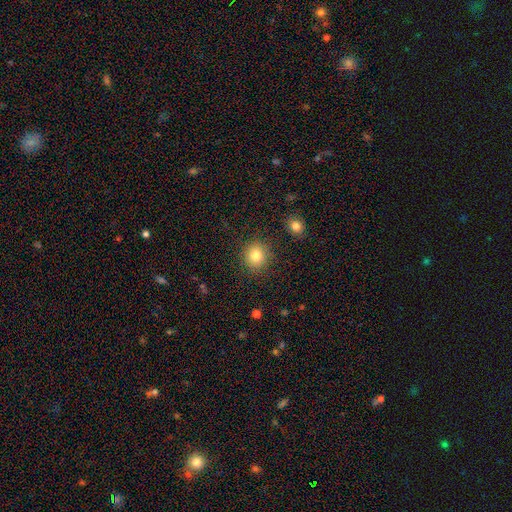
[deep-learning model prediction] Smooth or featured? smooth (82%)
How rounded? round (85%)
Merging? none (88%)